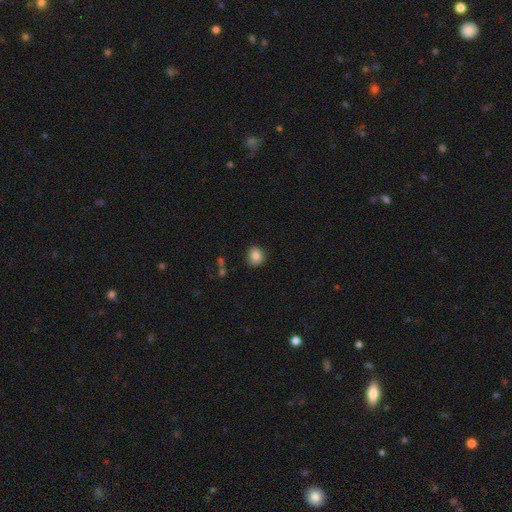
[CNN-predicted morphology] smooth_or_featured: smooth (p=0.84) [alt: star or artifact p=0.10]
how_rounded: round (p=0.81) [alt: in between p=0.18]
merging: none (p=0.86) [alt: minor disturbance p=0.10]